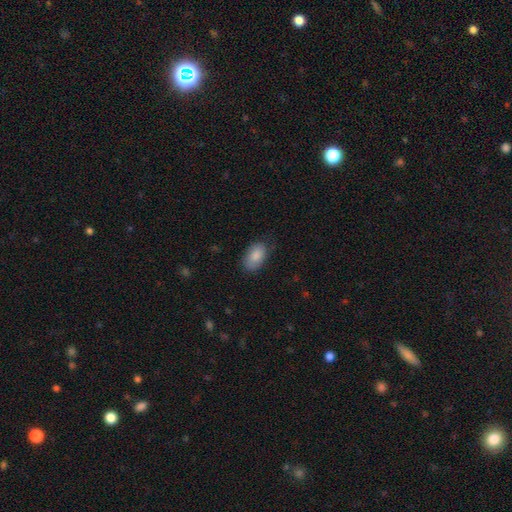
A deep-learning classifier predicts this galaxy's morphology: Smooth or featured? Predicted: smooth (p=0.84). How rounded? Predicted: in between (p=0.93). Merging? Predicted: none (p=0.76).